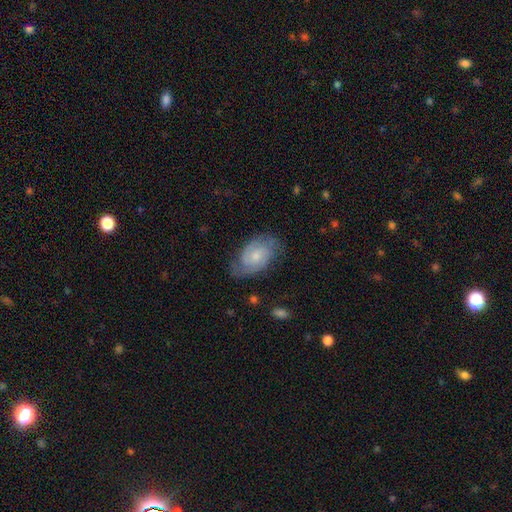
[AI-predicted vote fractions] featured or disk 75%, smooth 19%, star or artifact 6%. Down the decision tree: edge-on disk — no (97%); bar — no (61%); spiral arms — yes (95%); spiral arm count — 2 (74%); spiral winding — tight (51%); bulge size — small (49%); merging — none (70%).